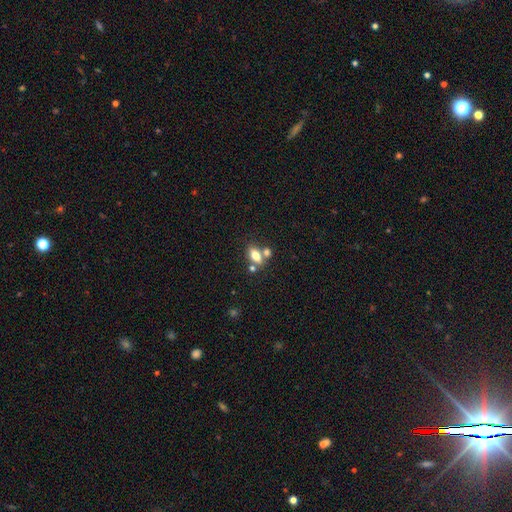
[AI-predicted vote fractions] Smooth or featured?
  - smooth: 74% *
  - featured or disk: 17%
  - star or artifact: 10%
How rounded?
  - in between: 81% *
  - round: 10%
  - cigar-shaped: 9%
Merging?
  - none: 55% *
  - merger: 29%
  - minor disturbance: 12%
  - major disturbance: 4%